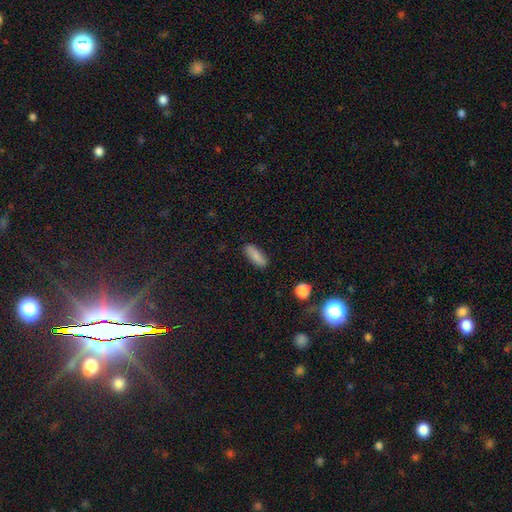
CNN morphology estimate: smooth-or-featured: smooth: 85% | featured or disk: 8% | star or artifact: 7%
  how-rounded: in between: 63% | cigar-shaped: 35% | round: 2%
  merging: none: 86% | minor disturbance: 10% | major disturbance: 2% | merger: 1%